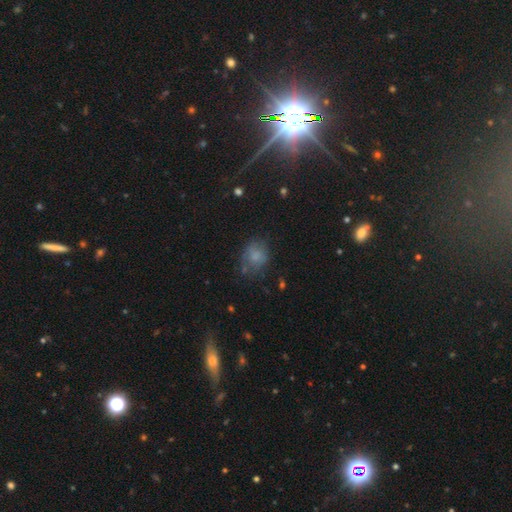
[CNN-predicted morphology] The model was most divided on "how rounded": round: 52%, in between: 47%, cigar-shaped: 1%. More confident: smooth or featured — smooth (69%); merging — none (59%).